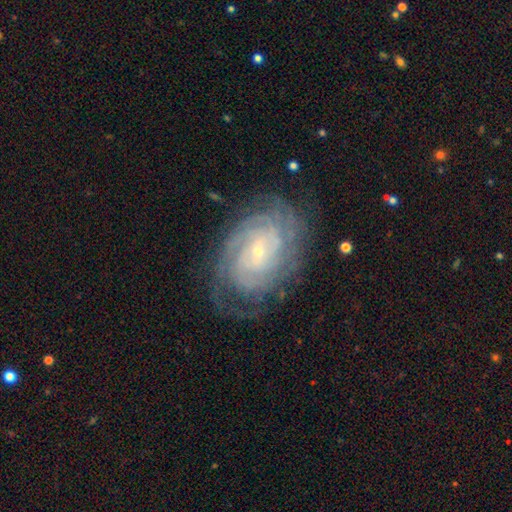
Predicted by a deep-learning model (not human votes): smooth-or-featured: featured or disk: 85% | smooth: 9% | star or artifact: 6%
  disk-edge-on: no: 97% | yes: 3%
    bar: no: 59% | weak: 32% | strong: 9%
    has-spiral-arms: yes: 96% | no: 4%
      spiral-winding: tight: 70% | medium: 23% | loose: 7%
      spiral-arm-count: can't tell: 34% | 2: 20% | 4: 16% | 3: 14% | more than 4: 9% | 1: 7%
    bulge-size: small: 77% | moderate: 18% | large: 2% | none: 2% | dominant: 1%
  merging: none: 69% | minor disturbance: 19% | major disturbance: 11% | merger: 2%